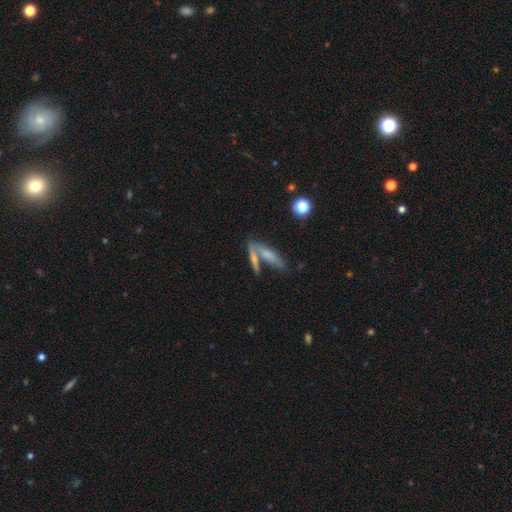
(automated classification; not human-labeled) smooth 62%, featured or disk 29%, star or artifact 9%. Down the decision tree: how rounded — cigar-shaped (71%); merging — none (48%).